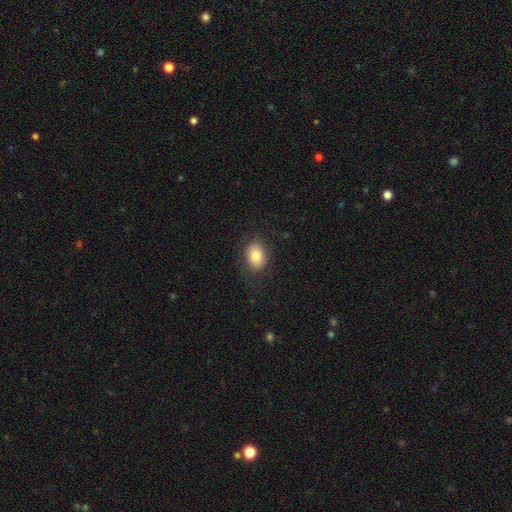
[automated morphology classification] A smooth galaxy with no disk features (80%) that is in between round and cigar-shaped (76%). Merging: none (82%).